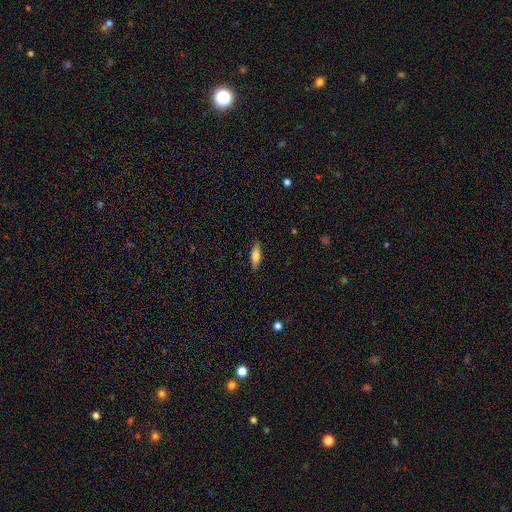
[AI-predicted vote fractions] A smooth galaxy with no disk features (63%) that is cigar-shaped (50%).

Vote fractions:
- Smooth or featured? smooth: 63% / featured or disk: 31% / star or artifact: 7%
- How rounded? cigar-shaped: 50% / in between: 48% / round: 3%
- Merging? none: 88% / minor disturbance: 9% / major disturbance: 2% / merger: 1%